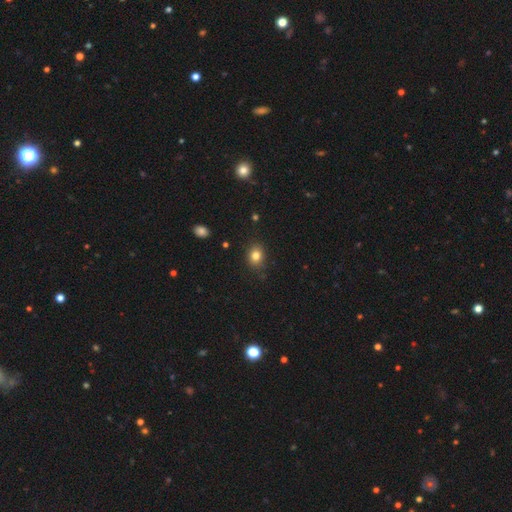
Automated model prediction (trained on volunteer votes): Overall: smooth (81%). How rounded: round (52%; in between 47%). Merging: none (84%).